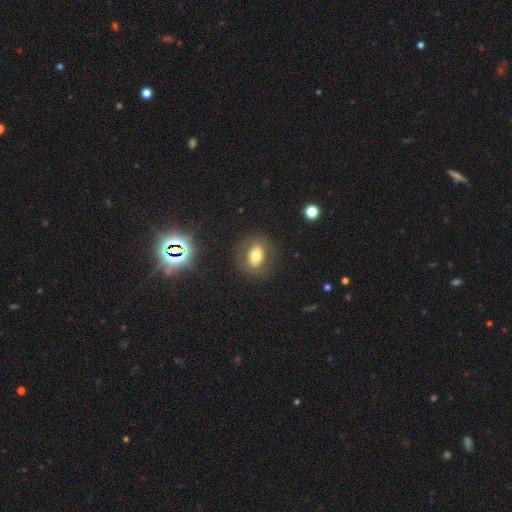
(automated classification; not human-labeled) Q: Smooth or featured?
A: smooth (64%); runner-up: featured or disk (23%)
Q: How rounded?
A: in between (62%); runner-up: round (37%)
Q: Merging?
A: none (82%); runner-up: minor disturbance (11%)